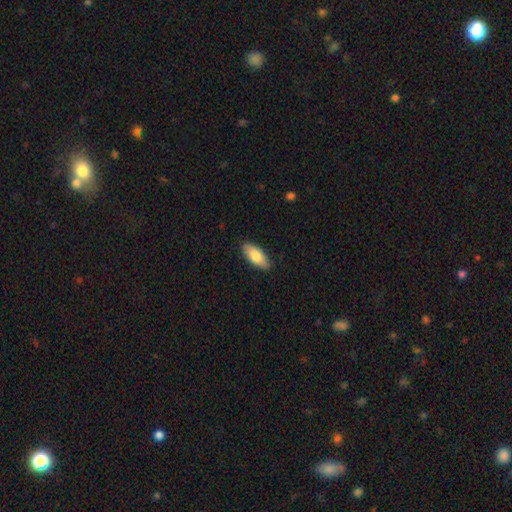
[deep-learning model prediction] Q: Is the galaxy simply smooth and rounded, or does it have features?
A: smooth — 79%.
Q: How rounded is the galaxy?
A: in between — 86%.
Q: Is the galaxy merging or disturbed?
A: none — 88%.